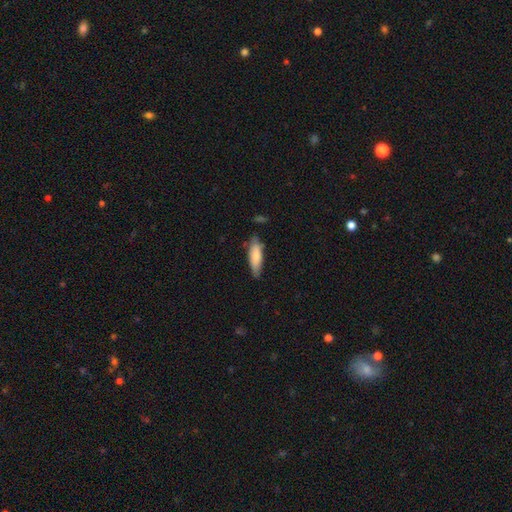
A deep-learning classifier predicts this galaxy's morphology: Smooth or featured? smooth (77%)
How rounded? cigar-shaped (51%)
Merging? none (65%)